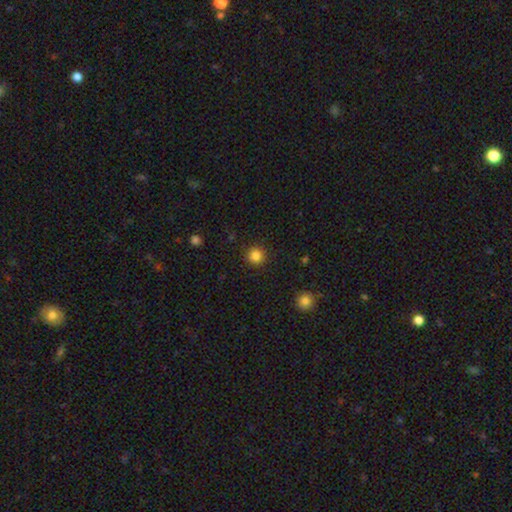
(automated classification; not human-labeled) smooth_or_featured: smooth (p=0.84) [alt: star or artifact p=0.12]
how_rounded: round (p=0.94) [alt: in between p=0.05]
merging: none (p=0.91) [alt: minor disturbance p=0.06]